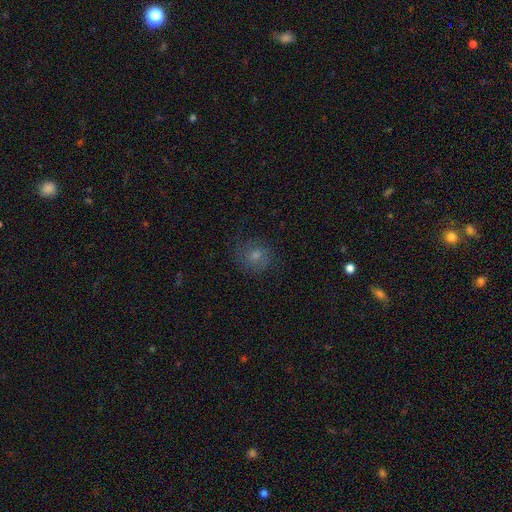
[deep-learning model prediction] smooth 58%, featured or disk 26%, star or artifact 17%. Down the decision tree: how rounded — round (82%); merging — none (74%).